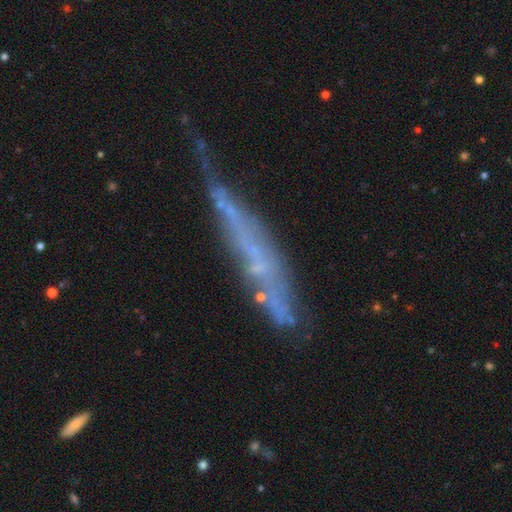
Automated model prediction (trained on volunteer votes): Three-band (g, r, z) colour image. It shows a featured or disk galaxy (58%) viewed edge-on (72%). Merging: none (48%).